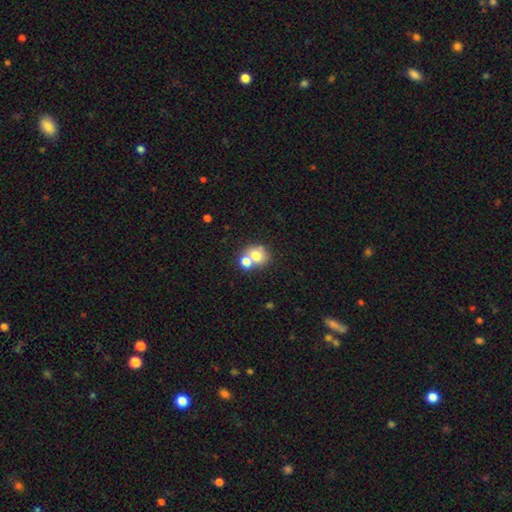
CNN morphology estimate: Smooth or featured?
  - smooth: 72% *
  - featured or disk: 17%
  - star or artifact: 11%
How rounded?
  - round: 69% *
  - in between: 30%
  - cigar-shaped: 1%
Merging?
  - merger: 54% *
  - none: 36%
  - minor disturbance: 7%
  - major disturbance: 3%